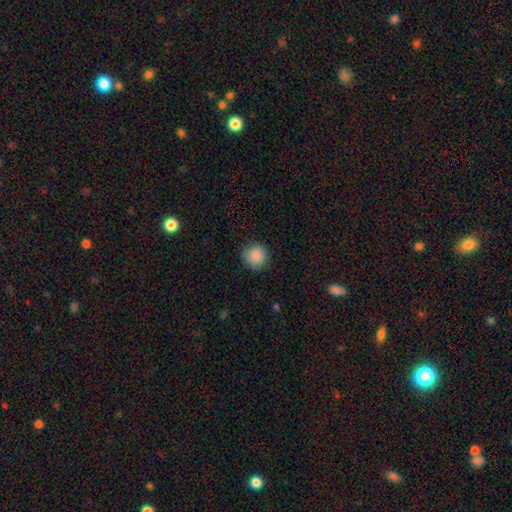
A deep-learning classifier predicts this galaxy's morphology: Smooth or featured? smooth (88%)
How rounded? round (93%)
Merging? none (86%)